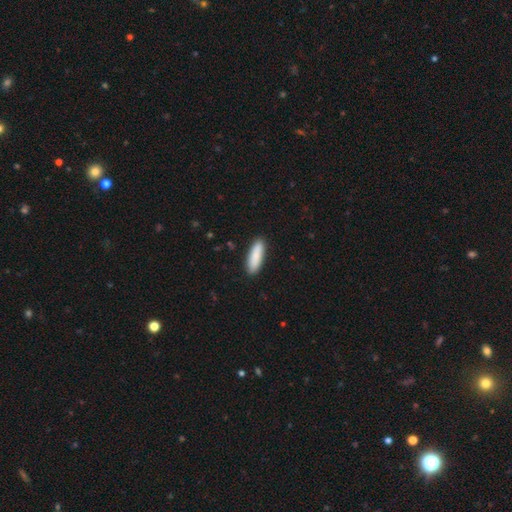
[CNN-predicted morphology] This is clearly a smooth galaxy (87%). How rounded: possibly cigar-shaped (53%). Merging: clearly none (89%).